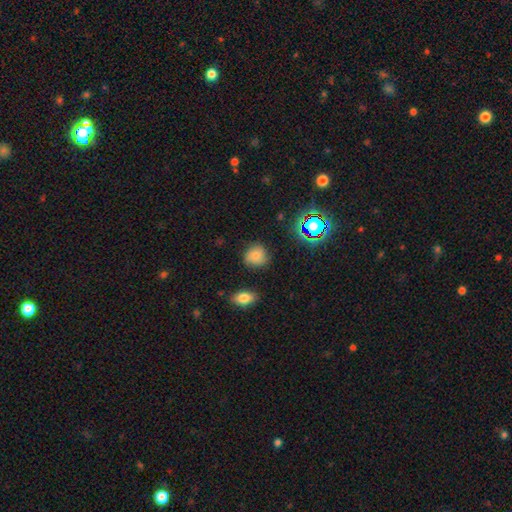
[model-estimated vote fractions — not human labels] Smooth or featured: smooth — 71% (star or artifact — 15%)
How rounded: round — 80% (in between — 19%)
Merging: none — 75% (minor disturbance — 19%)